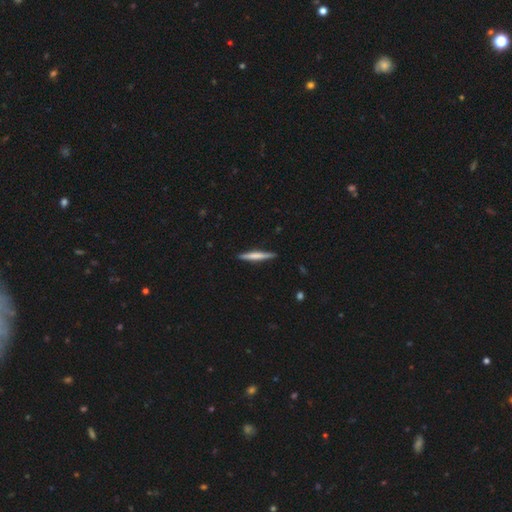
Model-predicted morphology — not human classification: Q: Smooth or featured?
A: smooth (56%); runner-up: featured or disk (39%)
Q: How rounded?
A: cigar-shaped (95%); runner-up: in between (4%)
Q: Merging?
A: none (90%); runner-up: minor disturbance (8%)